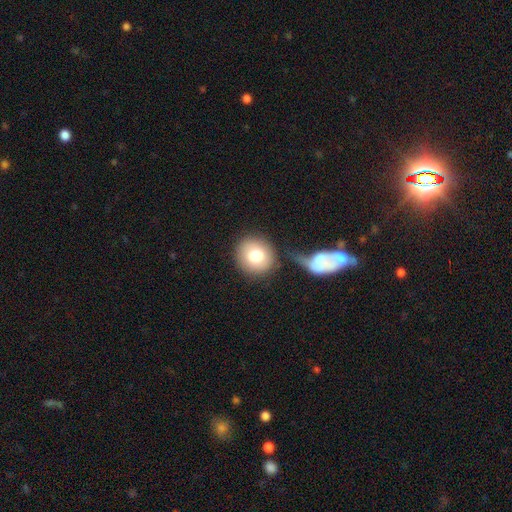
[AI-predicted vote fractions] Smooth or featured? smooth (78%)
How rounded? round (87%)
Merging? none (69%)